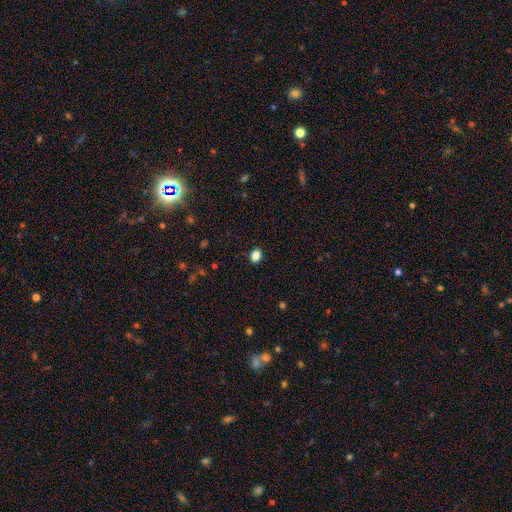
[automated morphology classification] The model was most divided on "how rounded": in between: 67%, round: 32%, cigar-shaped: 1%. More confident: merging — none (90%); smooth or featured — smooth (86%).